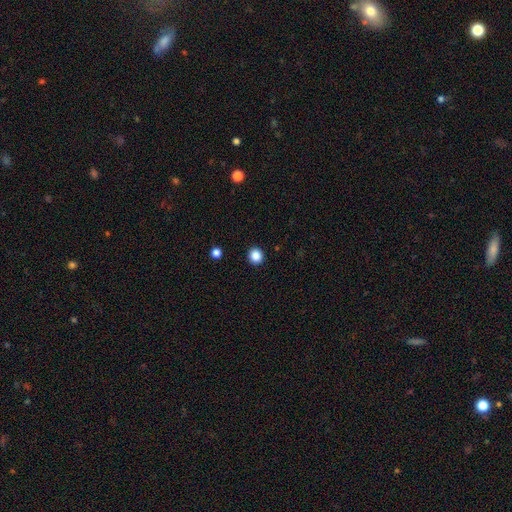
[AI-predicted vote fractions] A smooth galaxy with no disk features (87%) that is round (90%).

Vote fractions:
- Smooth or featured? smooth: 87% / star or artifact: 10% / featured or disk: 3%
- How rounded? round: 90% / in between: 9% / cigar-shaped: 1%
- Merging? none: 92% / minor disturbance: 5% / major disturbance: 2% / merger: 1%